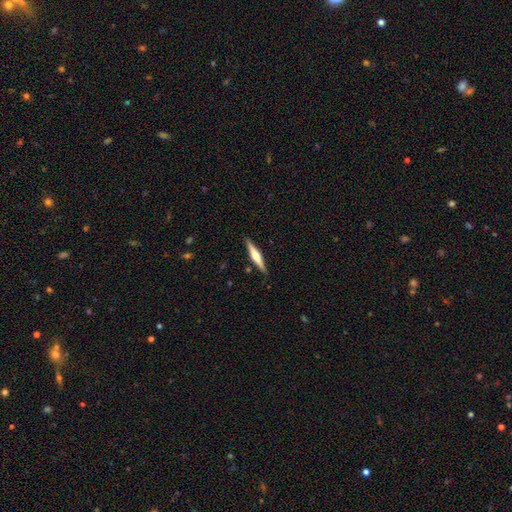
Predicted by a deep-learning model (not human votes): Smooth or featured? featured or disk (64%)
Edge-on disk? yes (98%)
Edge-on bulge? rounded (87%)
Merging? none (90%)